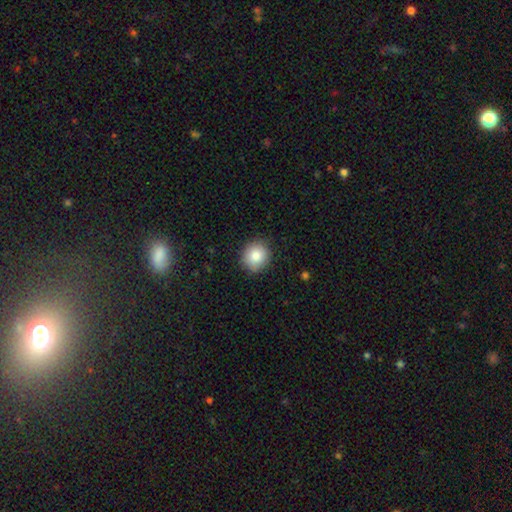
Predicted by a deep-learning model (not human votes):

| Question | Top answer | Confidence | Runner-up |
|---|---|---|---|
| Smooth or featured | smooth | 84% | star or artifact (9%) |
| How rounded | round | 87% | in between (12%) |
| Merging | none | 88% | minor disturbance (9%) |